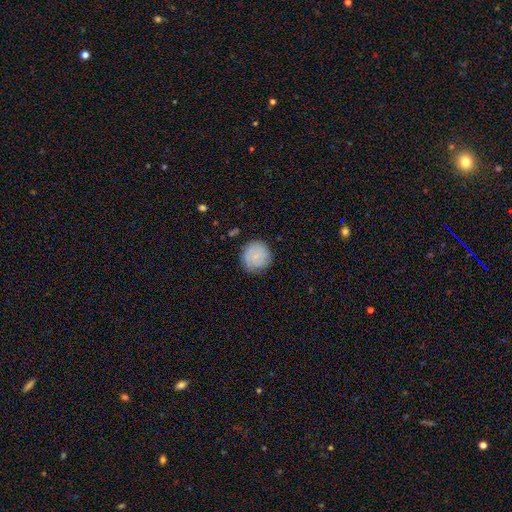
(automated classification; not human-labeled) smooth_or_featured: smooth (p=0.71) [alt: featured or disk p=0.21]
how_rounded: round (p=0.92) [alt: in between p=0.07]
merging: none (p=0.82) [alt: minor disturbance p=0.13]